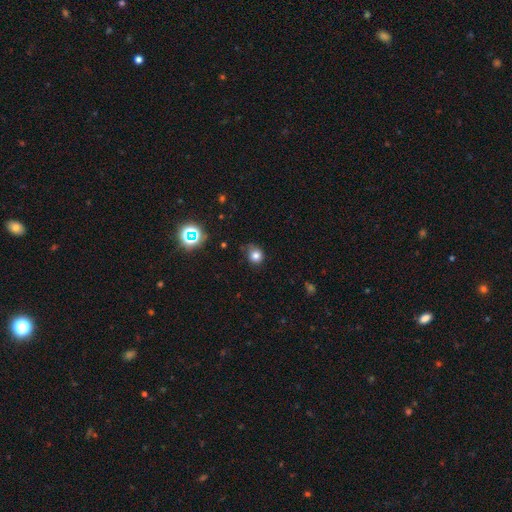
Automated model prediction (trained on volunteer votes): A smooth galaxy with no disk features (78%) that is round (79%). Merging: none (67%).